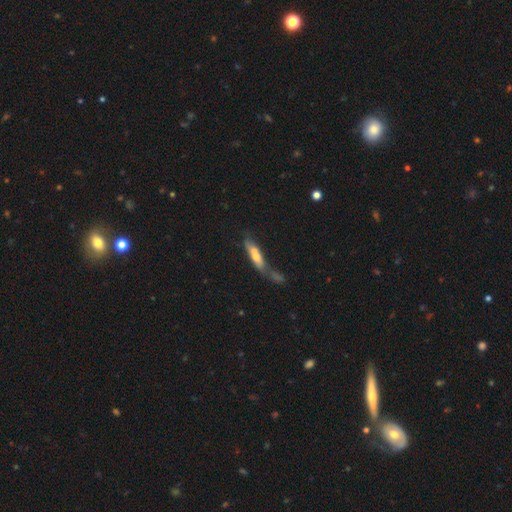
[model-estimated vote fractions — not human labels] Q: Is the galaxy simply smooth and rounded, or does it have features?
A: smooth — 48%.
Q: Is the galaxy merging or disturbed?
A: merger — 33%.